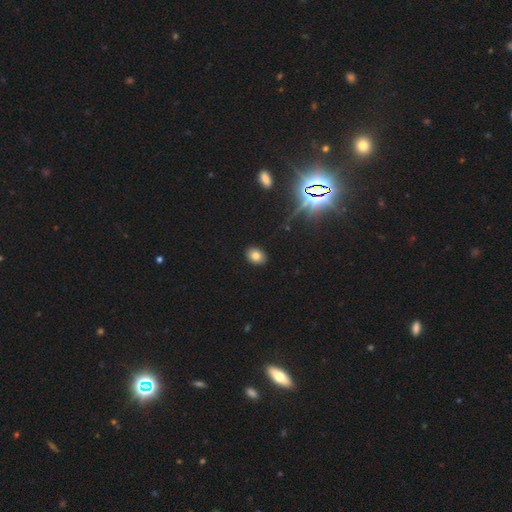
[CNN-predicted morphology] Smooth or featured? smooth (79%)
How rounded? in between (72%)
Merging? none (90%)